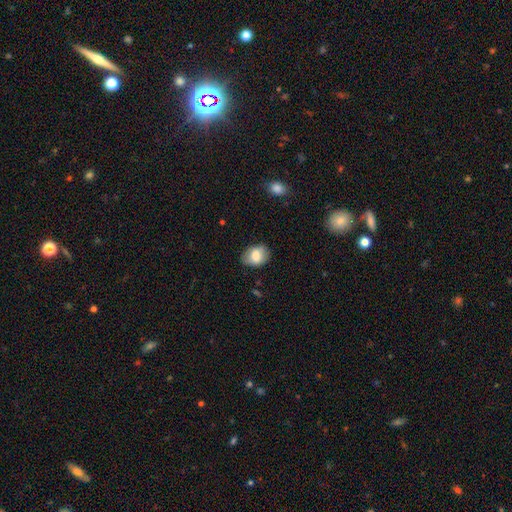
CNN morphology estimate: smooth 74%, featured or disk 18%, star or artifact 8%. Down the decision tree: how rounded — in between (73%); merging — none (76%).